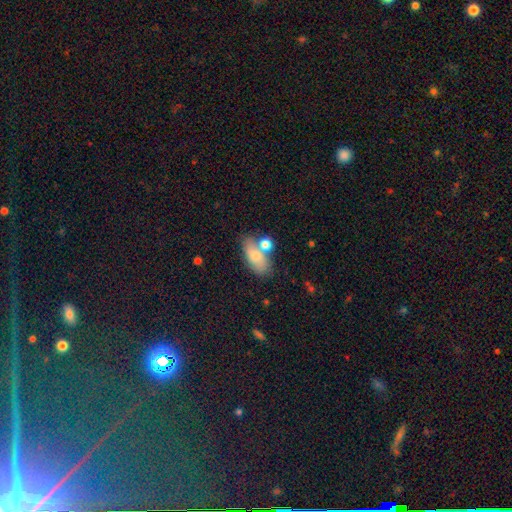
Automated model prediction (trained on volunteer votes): Morphology: type=smooth (71%); roundness=in between (87%); merging=none (53%).